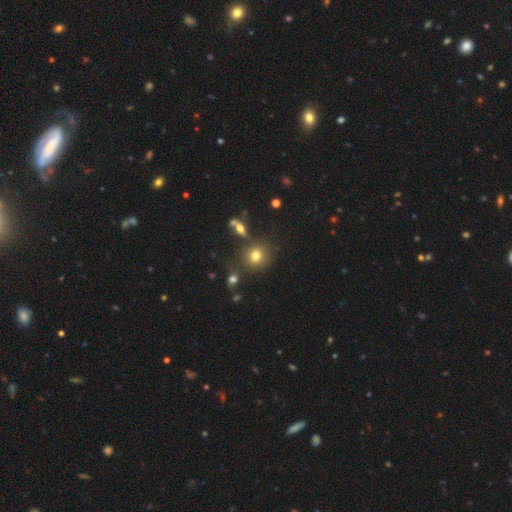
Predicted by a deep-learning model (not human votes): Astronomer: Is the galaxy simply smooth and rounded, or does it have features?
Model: smooth — 75%.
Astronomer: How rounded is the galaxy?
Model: round — 86%.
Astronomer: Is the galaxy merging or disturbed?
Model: none — 77%.